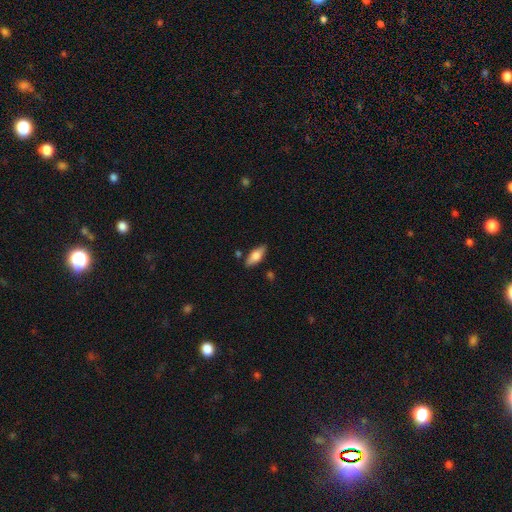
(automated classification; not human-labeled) Smooth or featured? Predicted: smooth (p=0.74). How rounded? Predicted: in between (p=0.79). Merging? Predicted: none (p=0.83).